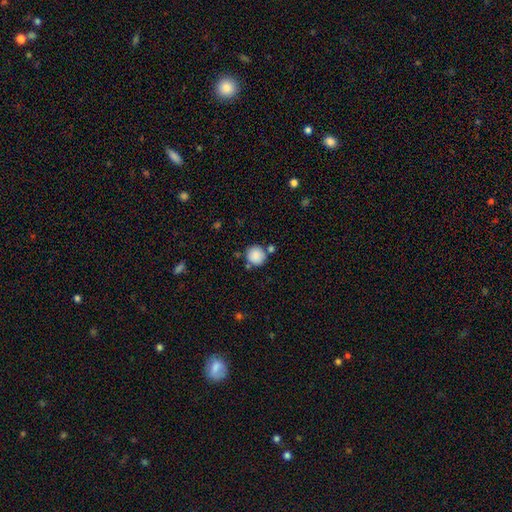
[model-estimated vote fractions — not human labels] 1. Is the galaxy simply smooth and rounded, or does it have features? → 86% smooth, 8% star or artifact, 6% featured or disk.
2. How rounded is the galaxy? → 93% round, 6% in between, 1% cigar-shaped.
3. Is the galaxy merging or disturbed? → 74% none, 12% merger, 11% minor disturbance, 3% major disturbance.